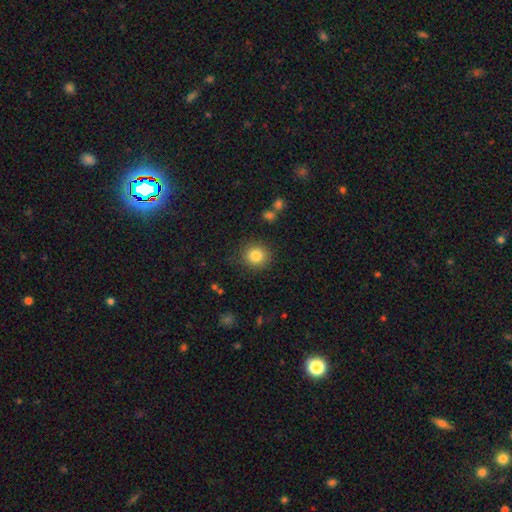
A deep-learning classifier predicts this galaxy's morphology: This is clearly a smooth galaxy (83%). How rounded: clearly round (89%). Merging: clearly none (86%).